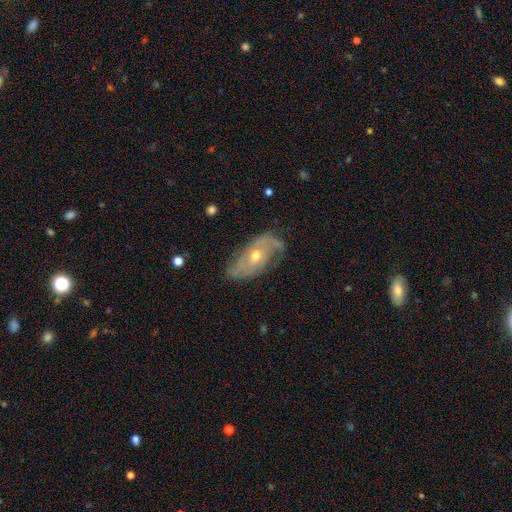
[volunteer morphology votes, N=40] This appears to be a featured or disk galaxy (78%) with no bar (79%), tight (54%) spiral arms (83%) and a small central bulge (52%). Merging: none (61%).